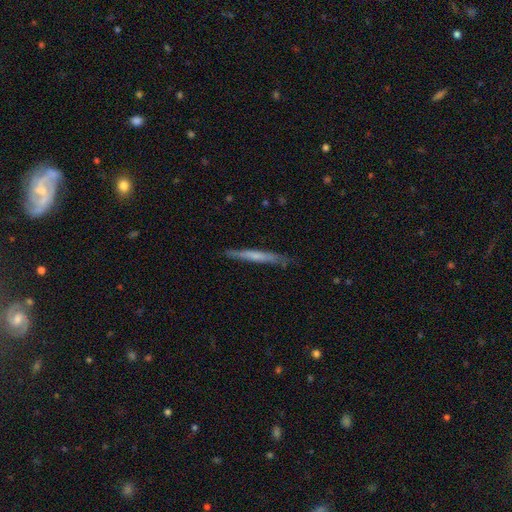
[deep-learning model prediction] Smooth or featured? Predicted: smooth (p=0.51). How rounded? Predicted: cigar-shaped (p=0.96). Merging? Predicted: none (p=0.83).